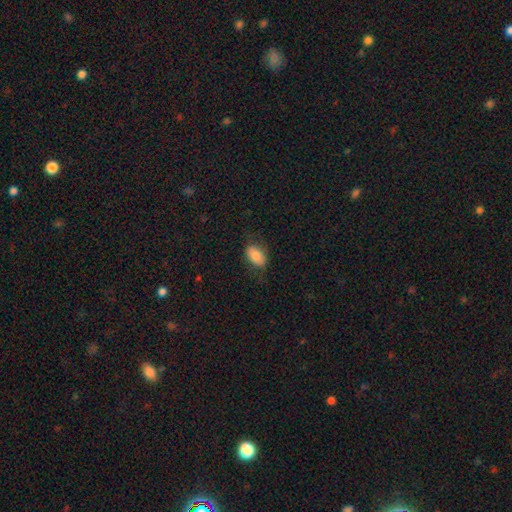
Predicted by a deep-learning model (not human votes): A smooth galaxy with no disk features (80%) that is in between round and cigar-shaped (88%).

Vote fractions:
- Smooth or featured? smooth: 80% / featured or disk: 13% / star or artifact: 7%
- How rounded? in between: 88% / round: 10% / cigar-shaped: 2%
- Merging? none: 72% / minor disturbance: 19% / major disturbance: 8% / merger: 1%